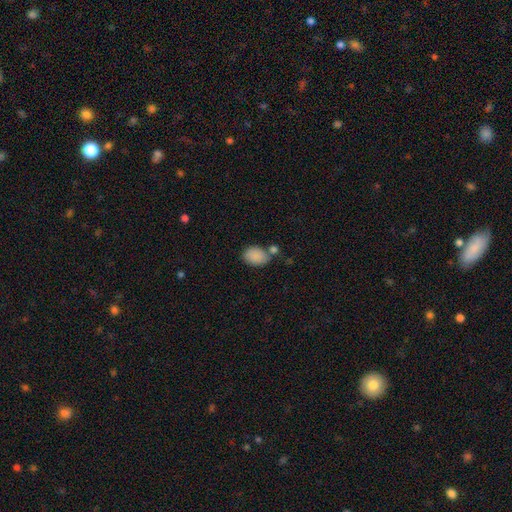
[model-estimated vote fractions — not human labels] smooth 88%, star or artifact 8%, featured or disk 4%. Down the decision tree: how rounded — in between (80%); merging — none (60%).